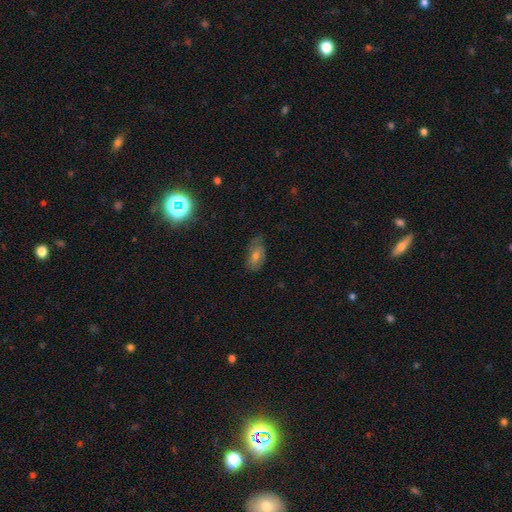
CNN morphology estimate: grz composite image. It shows a smooth galaxy with no disk features (49%). Merging: none (68%).